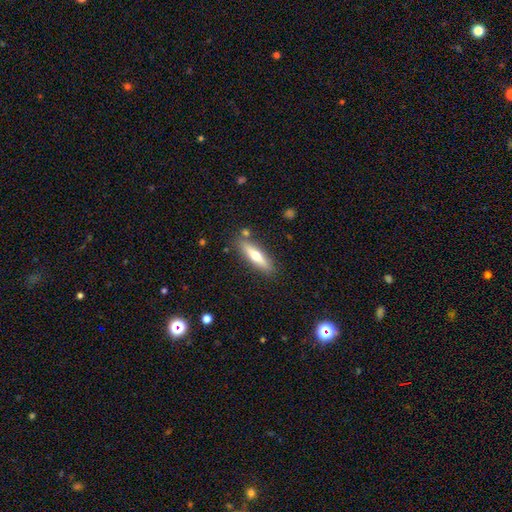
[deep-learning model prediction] Smooth or featured? smooth (52%)
How rounded? cigar-shaped (73%)
Merging? none (83%)